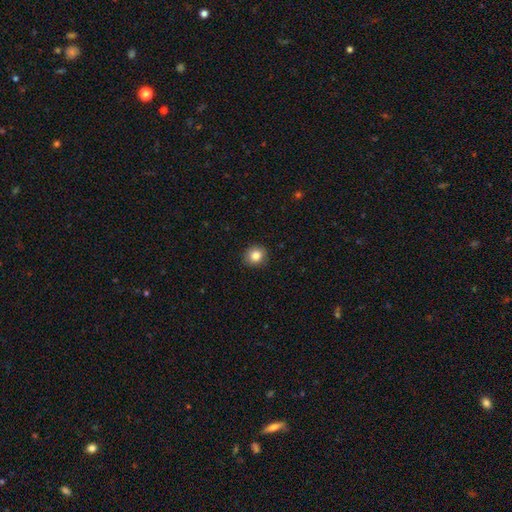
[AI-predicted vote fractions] Q: Smooth or featured?
A: smooth (85%); runner-up: star or artifact (9%)
Q: How rounded?
A: round (84%); runner-up: in between (15%)
Q: Merging?
A: none (88%); runner-up: minor disturbance (9%)